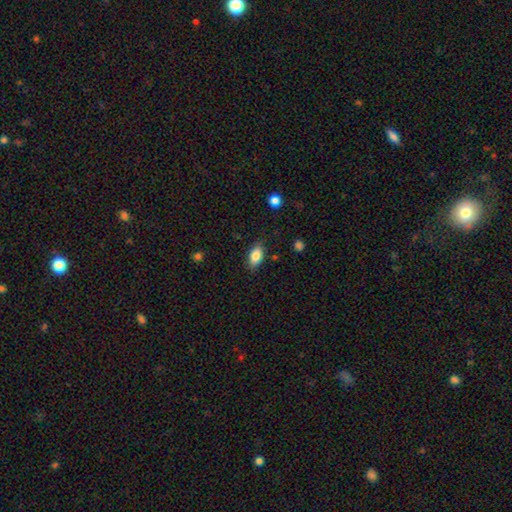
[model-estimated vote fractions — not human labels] Morphology: type=smooth (83%); roundness=in between (89%); merging=none (84%).